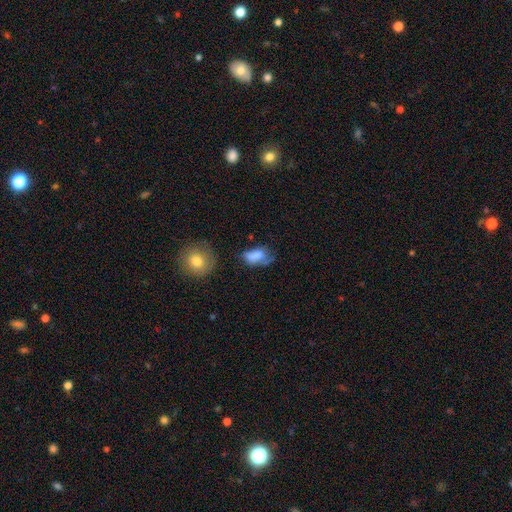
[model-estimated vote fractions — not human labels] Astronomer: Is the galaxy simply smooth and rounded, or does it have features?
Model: smooth — 67%.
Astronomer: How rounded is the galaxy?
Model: in between — 85%.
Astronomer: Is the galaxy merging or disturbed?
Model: none — 34% (runner-up: minor disturbance, 31%).